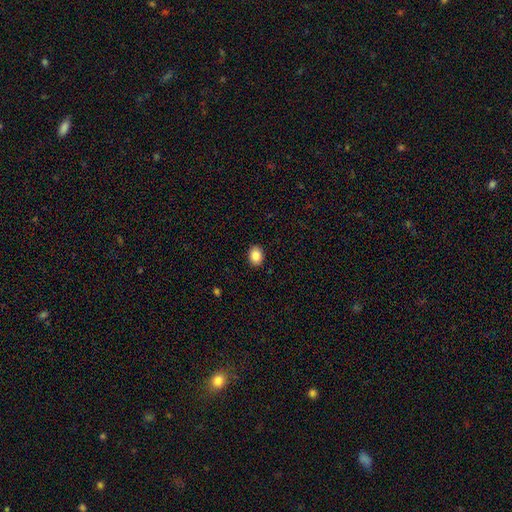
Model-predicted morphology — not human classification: A smooth galaxy with no disk features (87%) that is in between round and cigar-shaped (61%).

Vote fractions:
- Smooth or featured? smooth: 87% / star or artifact: 8% / featured or disk: 5%
- How rounded? in between: 61% / round: 38% / cigar-shaped: 1%
- Merging? none: 91% / minor disturbance: 7% / major disturbance: 2% / merger: 1%